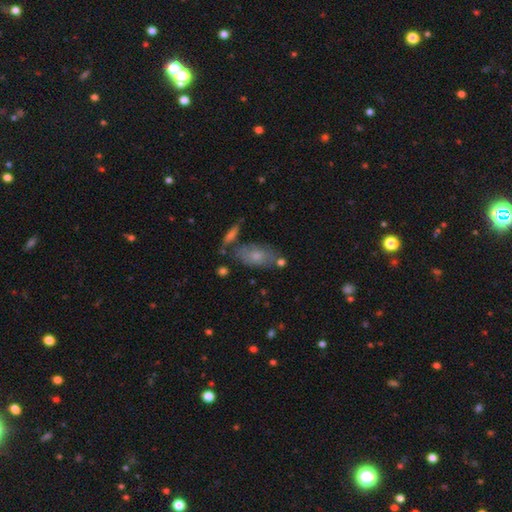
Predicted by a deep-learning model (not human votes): This is likely a smooth galaxy (63%). How rounded: clearly in between (87%). Merging: likely none (64%).